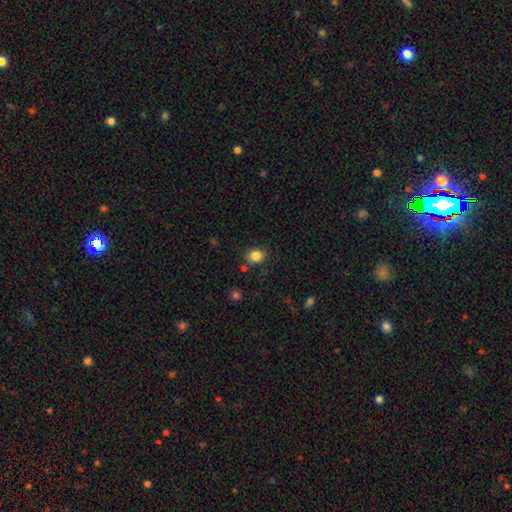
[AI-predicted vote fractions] smooth 84%, star or artifact 10%, featured or disk 5%. Down the decision tree: how rounded — round (57%); merging — none (82%).